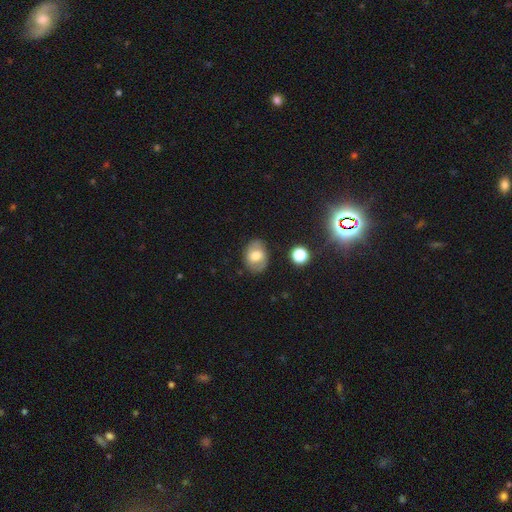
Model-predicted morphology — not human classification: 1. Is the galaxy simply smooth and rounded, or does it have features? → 61% smooth, 30% featured or disk, 9% star or artifact.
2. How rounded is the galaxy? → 69% in between, 30% round, 1% cigar-shaped.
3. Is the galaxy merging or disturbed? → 79% none, 15% minor disturbance, 4% major disturbance, 2% merger.